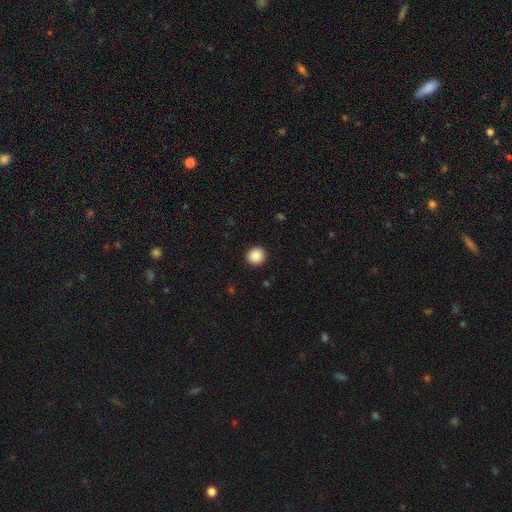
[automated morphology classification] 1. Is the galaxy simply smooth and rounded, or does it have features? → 89% smooth, 8% star or artifact, 3% featured or disk.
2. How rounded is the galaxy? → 90% round, 10% in between, 1% cigar-shaped.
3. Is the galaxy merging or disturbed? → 92% none, 5% minor disturbance, 2% major disturbance, 1% merger.